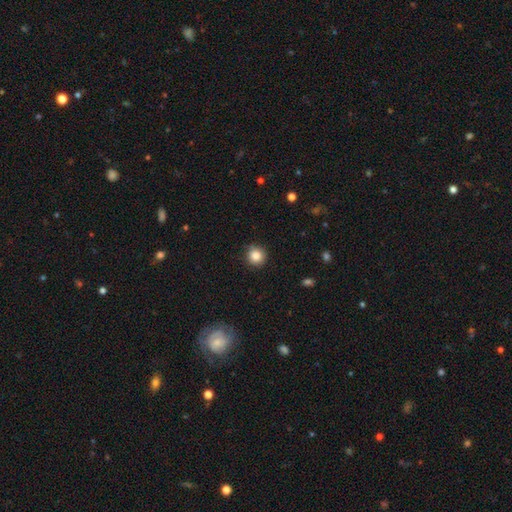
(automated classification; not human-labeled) Morphology: type=smooth (85%); roundness=round (94%); merging=none (87%).